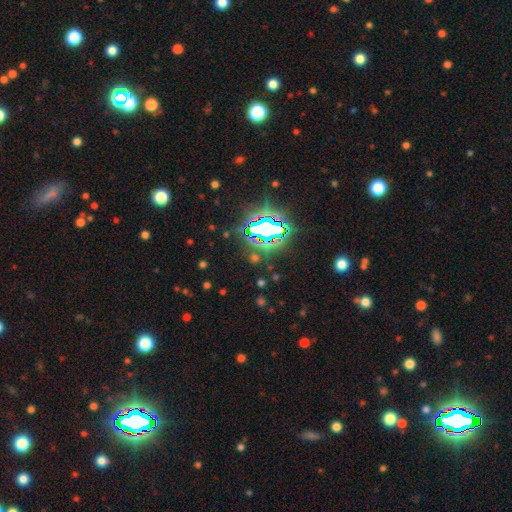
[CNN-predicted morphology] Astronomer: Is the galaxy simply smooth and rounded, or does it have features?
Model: star or artifact — 76%.